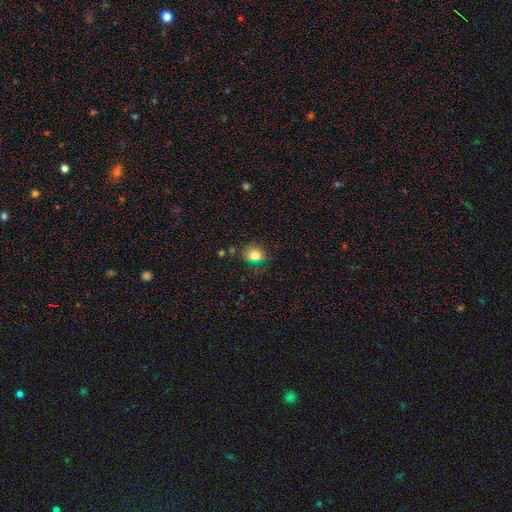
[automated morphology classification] Q: Smooth or featured?
A: smooth (81%); runner-up: star or artifact (11%)
Q: How rounded?
A: round (55%); runner-up: in between (44%)
Q: Merging?
A: none (68%); runner-up: minor disturbance (22%)